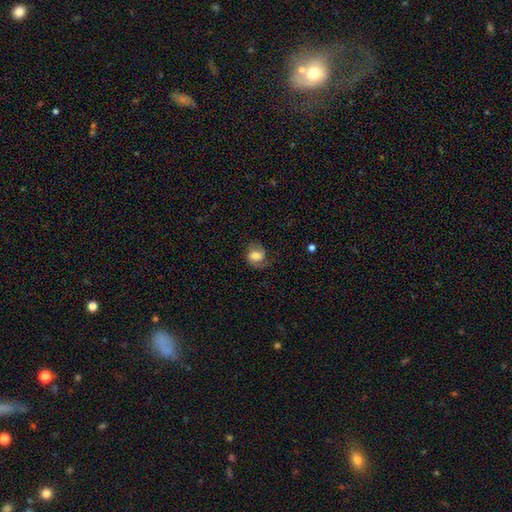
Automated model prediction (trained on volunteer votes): A smooth galaxy with no disk features (49%).

Vote fractions:
- Smooth or featured? smooth: 49% / featured or disk: 43% / star or artifact: 8%
- Merging? none: 62% / minor disturbance: 23% / major disturbance: 14% / merger: 1%